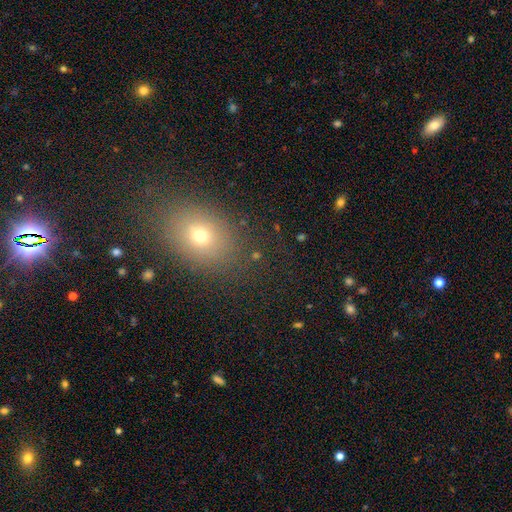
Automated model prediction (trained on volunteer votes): A smooth galaxy with no disk features (59%) that is round (51%). Merging: none (78%).